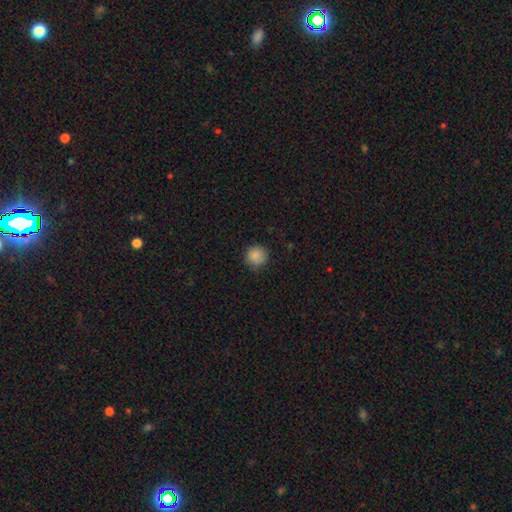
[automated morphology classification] Q: Smooth or featured?
A: smooth (87%); runner-up: star or artifact (9%)
Q: How rounded?
A: round (93%); runner-up: in between (6%)
Q: Merging?
A: none (85%); runner-up: minor disturbance (11%)